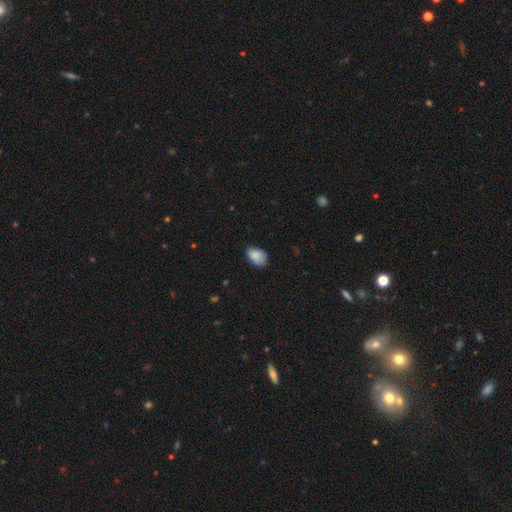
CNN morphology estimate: smooth-or-featured: smooth: 85% | star or artifact: 8% | featured or disk: 7%
  how-rounded: in between: 87% | round: 12% | cigar-shaped: 1%
  merging: none: 67% | minor disturbance: 28% | major disturbance: 4% | merger: 1%